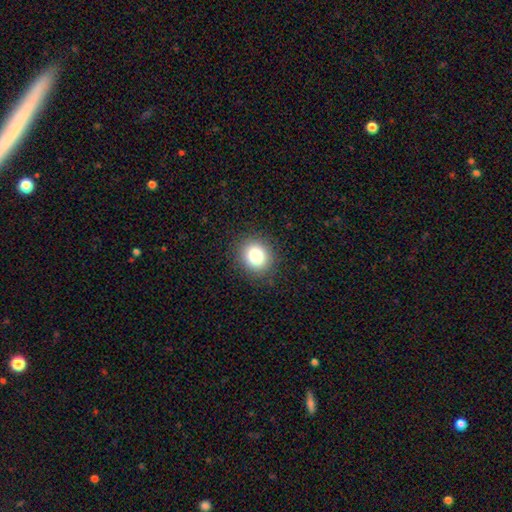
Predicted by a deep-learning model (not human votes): smooth_or_featured: smooth (p=0.82) [alt: star or artifact p=0.11]
how_rounded: round (p=0.78) [alt: in between p=0.21]
merging: none (p=0.89) [alt: minor disturbance p=0.08]